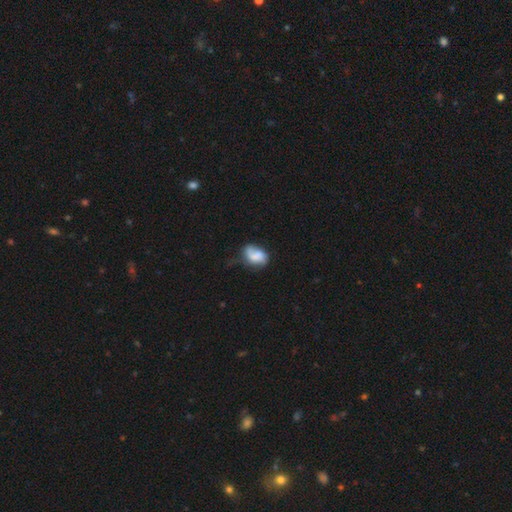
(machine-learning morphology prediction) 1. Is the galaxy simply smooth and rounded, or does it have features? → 55% smooth, 37% featured or disk, 8% star or artifact.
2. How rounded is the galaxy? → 78% in between, 21% round, 2% cigar-shaped.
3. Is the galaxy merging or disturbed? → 36% none, 33% minor disturbance, 22% major disturbance, 10% merger.